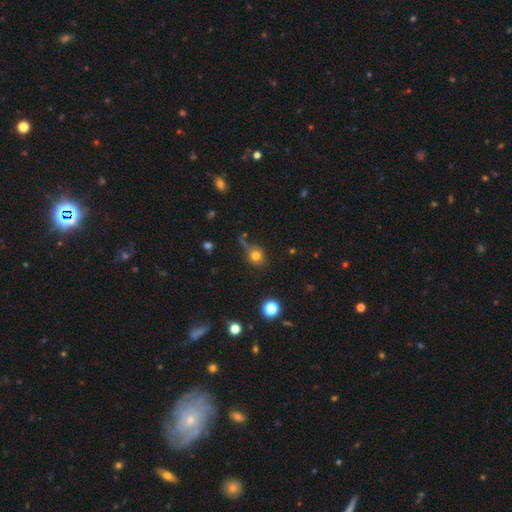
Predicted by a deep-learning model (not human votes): A smooth galaxy with no disk features (75%) that is round (77%). Merging: none (60%).